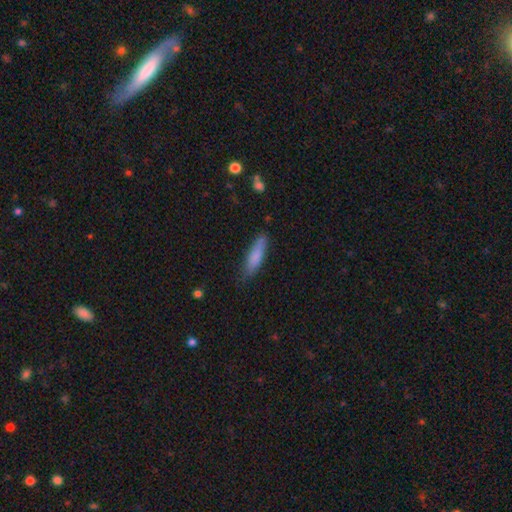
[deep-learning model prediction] This appears to be a smooth galaxy with no disk features (81%) that is cigar-shaped (74%). Merging: none (77%).